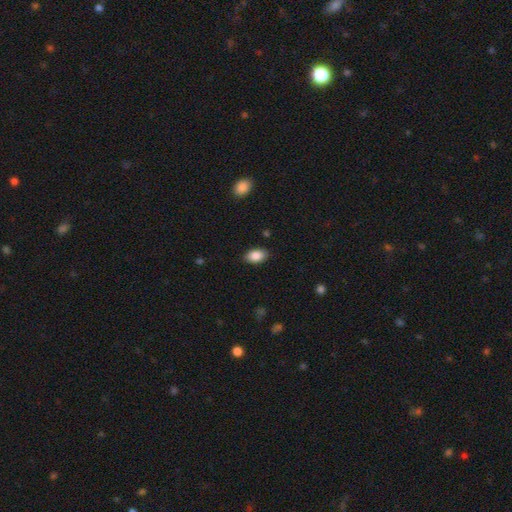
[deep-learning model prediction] This appears to be a smooth galaxy with no disk features (87%) that is in between round and cigar-shaped (92%). Merging: none (87%).